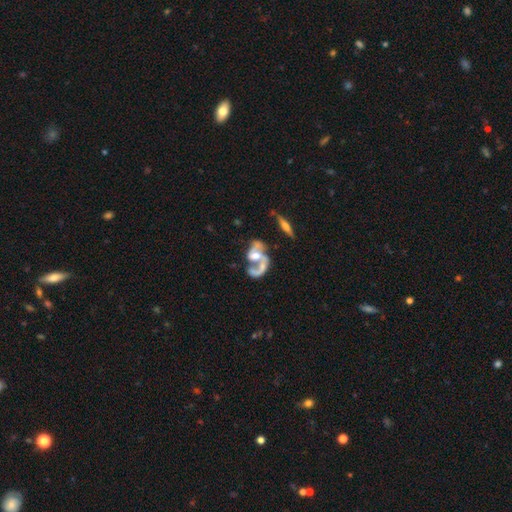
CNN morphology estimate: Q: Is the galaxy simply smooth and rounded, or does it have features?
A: featured or disk — 83%.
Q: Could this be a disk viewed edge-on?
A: no — 96%.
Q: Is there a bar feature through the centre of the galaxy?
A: no — 50%.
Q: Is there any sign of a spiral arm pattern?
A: yes — 84%.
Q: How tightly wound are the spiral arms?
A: loose — 56%.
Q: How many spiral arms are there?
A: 2 — 71%.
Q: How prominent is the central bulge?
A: moderate — 57%.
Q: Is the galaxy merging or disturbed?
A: merger — 40%.